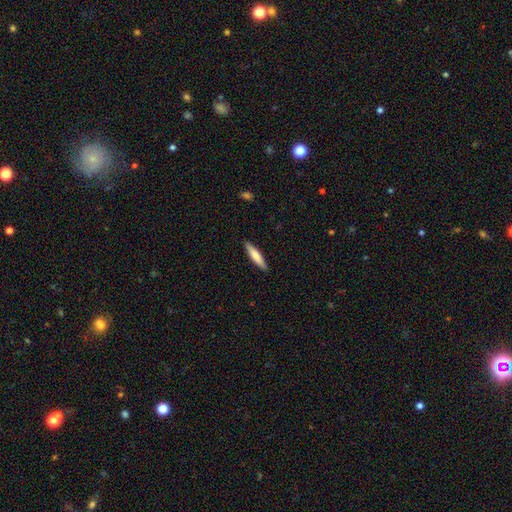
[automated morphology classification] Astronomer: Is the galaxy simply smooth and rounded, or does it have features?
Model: smooth — 71%.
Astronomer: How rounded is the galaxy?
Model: cigar-shaped — 85%.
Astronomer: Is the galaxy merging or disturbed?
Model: none — 91%.